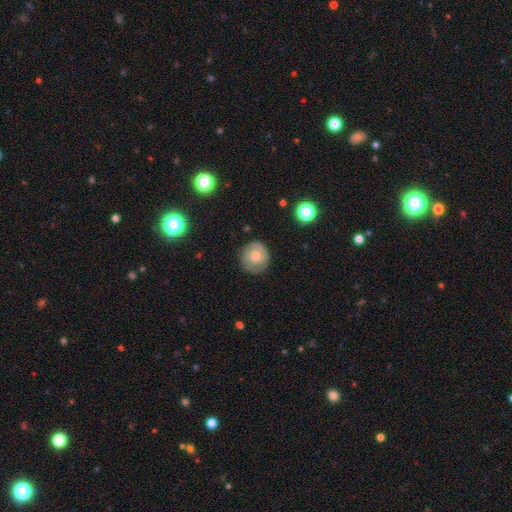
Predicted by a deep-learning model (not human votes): Smooth or featured? smooth (52%)
How rounded? round (88%)
Merging? none (78%)